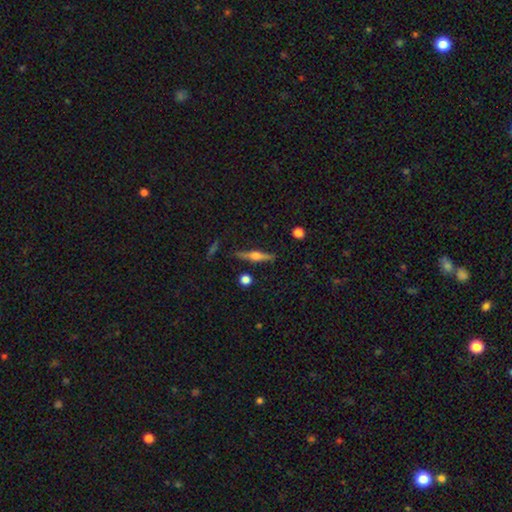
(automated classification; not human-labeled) smooth-or-featured: featured or disk: 67% | smooth: 26% | star or artifact: 8%
  disk-edge-on: yes: 97% | no: 3%
    edge-on-bulge: rounded: 87% | boxy: 9% | none: 4%
  merging: none: 85% | minor disturbance: 10% | merger: 2% | major disturbance: 2%